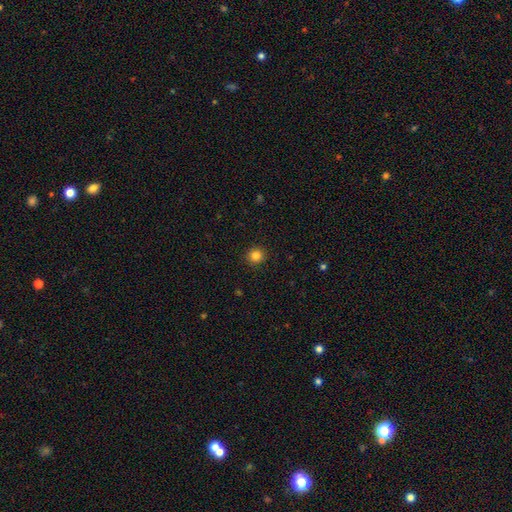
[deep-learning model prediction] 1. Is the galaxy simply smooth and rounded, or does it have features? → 84% smooth, 12% star or artifact, 4% featured or disk.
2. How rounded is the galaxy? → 92% round, 7% in between, 1% cigar-shaped.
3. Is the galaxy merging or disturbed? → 92% none, 5% minor disturbance, 2% major disturbance, 1% merger.